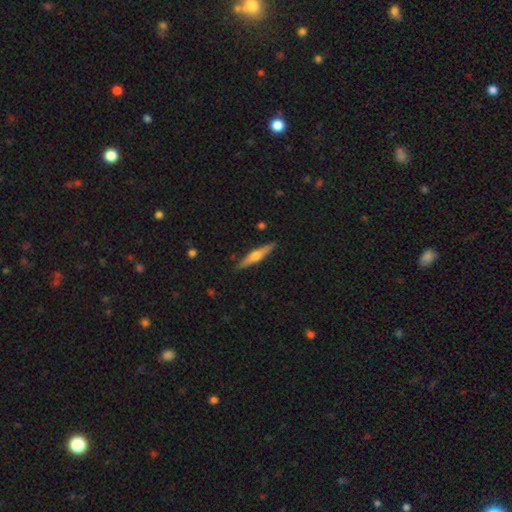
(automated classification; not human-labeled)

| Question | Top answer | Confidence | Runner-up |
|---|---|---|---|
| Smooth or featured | featured or disk | 59% | smooth (35%) |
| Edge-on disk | yes | 97% | no (3%) |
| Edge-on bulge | rounded | 89% | boxy (6%) |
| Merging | none | 90% | minor disturbance (8%) |